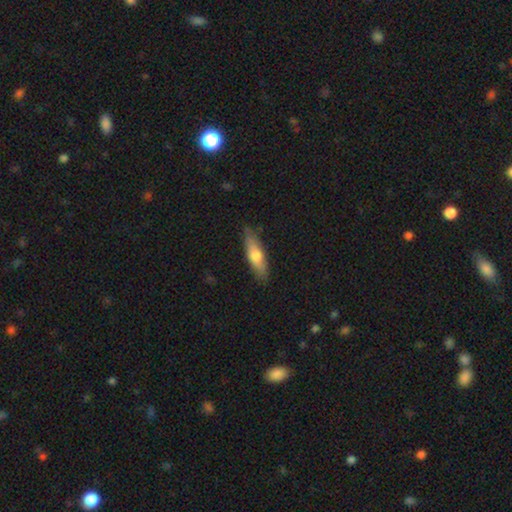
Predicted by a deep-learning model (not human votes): This is likely a smooth galaxy (63%). How rounded: likely cigar-shaped (61%). Merging: clearly none (81%).